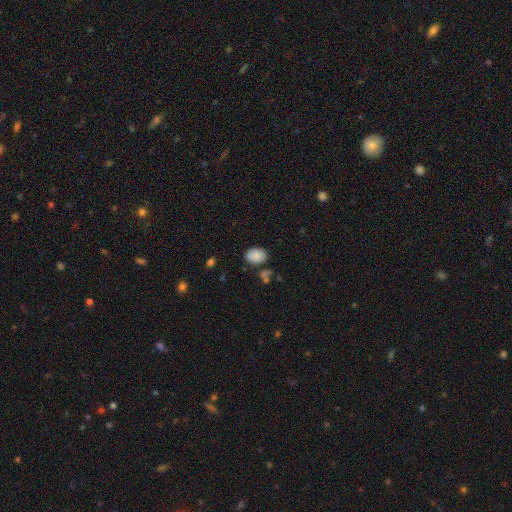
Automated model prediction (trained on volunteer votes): Smooth or featured?
  - smooth: 85% *
  - star or artifact: 8%
  - featured or disk: 7%
How rounded?
  - in between: 79% *
  - round: 20%
  - cigar-shaped: 1%
Merging?
  - none: 75% *
  - minor disturbance: 15%
  - merger: 6%
  - major disturbance: 4%